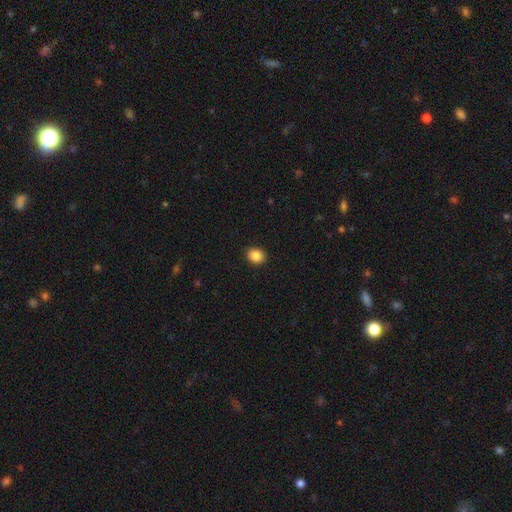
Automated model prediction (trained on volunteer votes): smooth 86%, star or artifact 9%, featured or disk 4%. Down the decision tree: how rounded — round (62%); merging — none (92%).